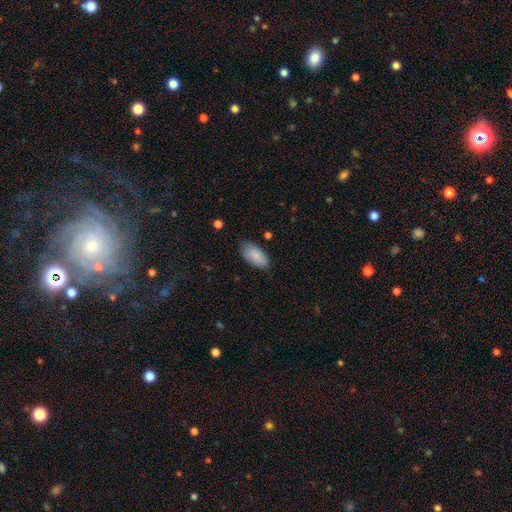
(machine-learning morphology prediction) Overall: smooth (87%). How rounded: in between (93%). Merging: none (75%).